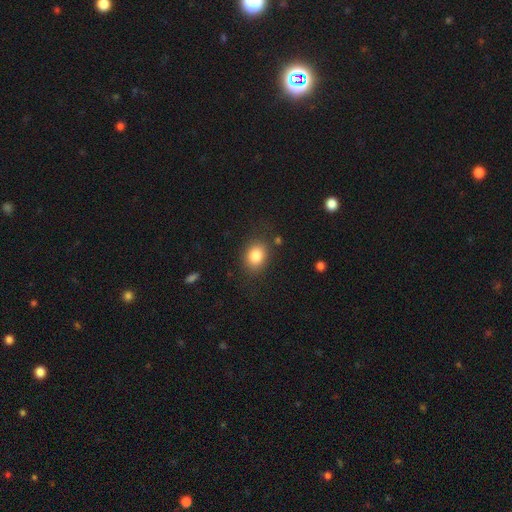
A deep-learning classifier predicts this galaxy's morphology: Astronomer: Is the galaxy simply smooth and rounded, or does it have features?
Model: smooth — 83%.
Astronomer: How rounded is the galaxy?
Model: in between — 54% (runner-up: round, 45%).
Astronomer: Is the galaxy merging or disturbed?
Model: none — 82%.